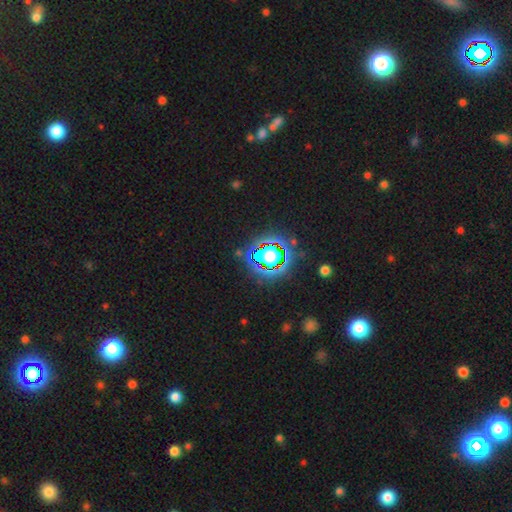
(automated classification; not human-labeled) Smooth or featured?
  - star or artifact: 72% *
  - smooth: 17%
  - featured or disk: 11%